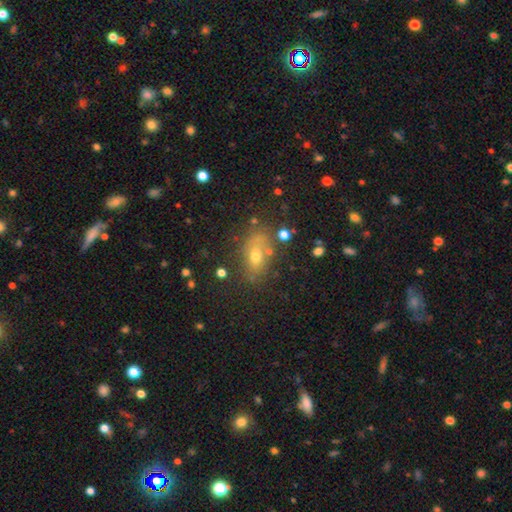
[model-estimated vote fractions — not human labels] This is likely a smooth galaxy (61%). How rounded: likely in between (74%). Merging: likely none (67%).